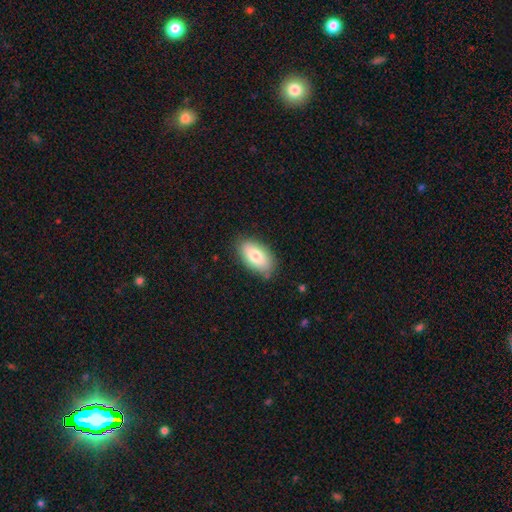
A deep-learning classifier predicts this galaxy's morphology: smooth_or_featured: smooth (p=0.79) [alt: featured or disk p=0.14]
how_rounded: in between (p=0.94) [alt: round p=0.03]
merging: none (p=0.83) [alt: minor disturbance p=0.13]